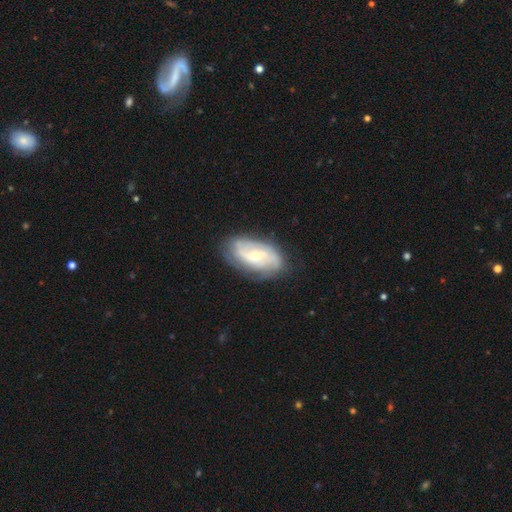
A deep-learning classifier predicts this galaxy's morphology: A featured or disk galaxy (75%) with no bar (52%), 2 (38%) tight (46%) spiral arms (89%) and a small central bulge (58%). Merging: none (71%).